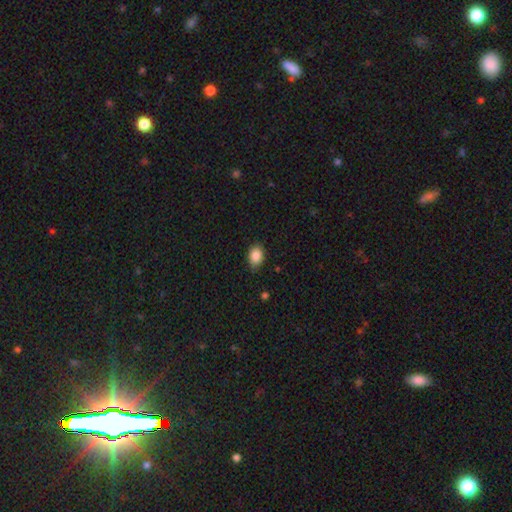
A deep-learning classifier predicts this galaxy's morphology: Smooth or featured: smooth — 87% (star or artifact — 9%)
How rounded: in between — 75% (round — 24%)
Merging: none — 82% (minor disturbance — 15%)